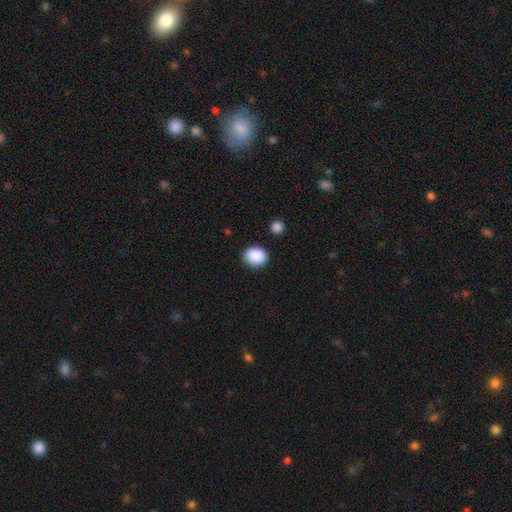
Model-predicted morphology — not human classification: Smooth or featured? smooth (89%)
How rounded? round (66%)
Merging? none (88%)